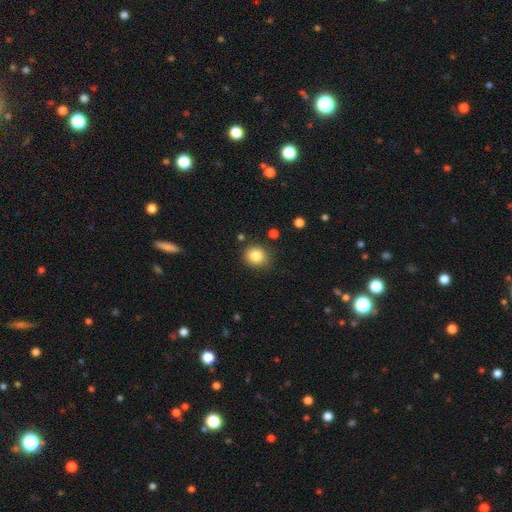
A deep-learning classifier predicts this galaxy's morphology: smooth_or_featured: smooth (p=0.83) [alt: star or artifact p=0.10]
how_rounded: round (p=0.79) [alt: in between p=0.21]
merging: none (p=0.85) [alt: minor disturbance p=0.10]